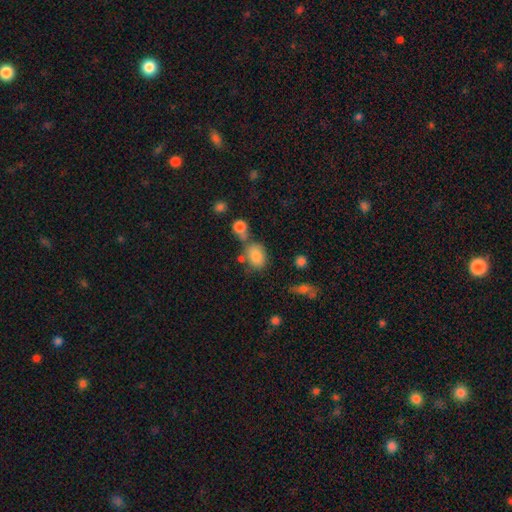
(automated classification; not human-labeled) smooth 81%, star or artifact 10%, featured or disk 9%. Down the decision tree: how rounded — in between (71%); merging — none (53%).